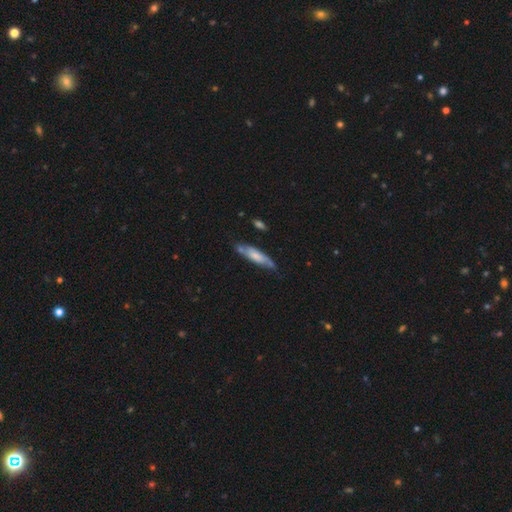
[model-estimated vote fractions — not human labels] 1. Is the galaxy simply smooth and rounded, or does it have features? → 50% smooth, 44% featured or disk, 6% star or artifact.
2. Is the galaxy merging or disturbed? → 62% none, 26% minor disturbance, 6% major disturbance, 6% merger.